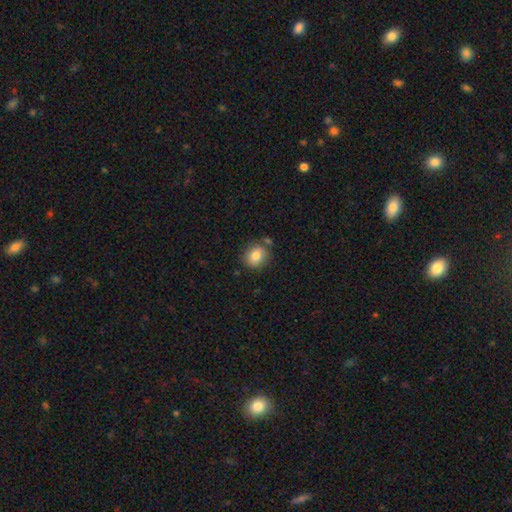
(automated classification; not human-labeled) This is clearly a smooth galaxy (82%). How rounded: likely round (67%). Merging: likely none (76%).